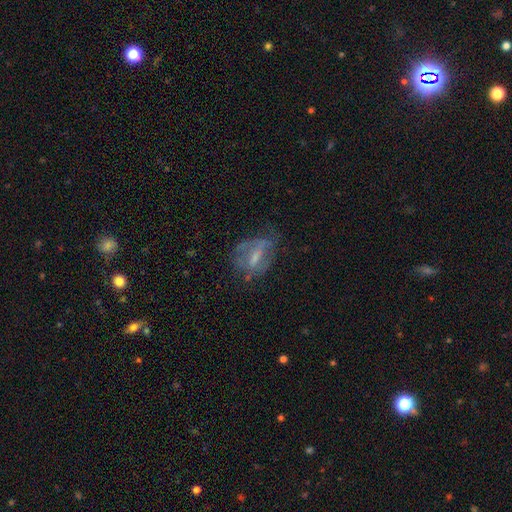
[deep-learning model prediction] This is possibly a featured or disk galaxy (60%). It is clearly not viewed edge-on (91%). Bar: marginally weak (41%). Spiral arm pattern: possibly no (51%). Central bulge: marginally small (44%). Merging: possibly none (48%).